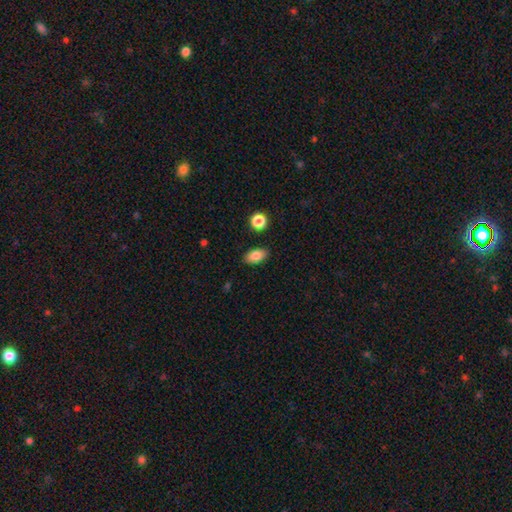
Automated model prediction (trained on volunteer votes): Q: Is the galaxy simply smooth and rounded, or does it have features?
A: smooth — 84%.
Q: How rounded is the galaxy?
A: in between — 90%.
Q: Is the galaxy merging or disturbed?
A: none — 87%.